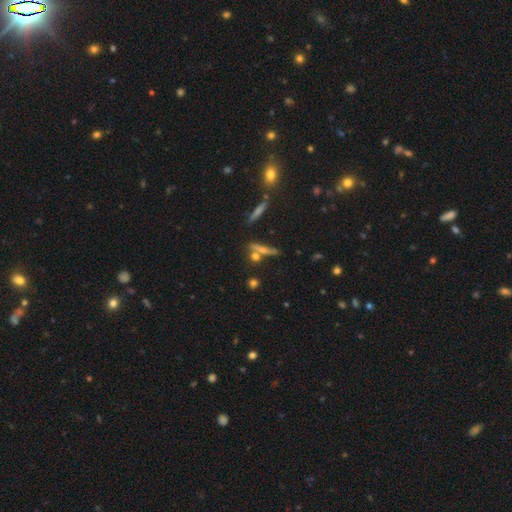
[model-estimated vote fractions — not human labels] Smooth or featured?
  - smooth: 54% *
  - featured or disk: 30%
  - star or artifact: 16%
How rounded?
  - cigar-shaped: 50% *
  - round: 29%
  - in between: 20%
Merging?
  - none: 62% *
  - merger: 23%
  - minor disturbance: 10%
  - major disturbance: 4%